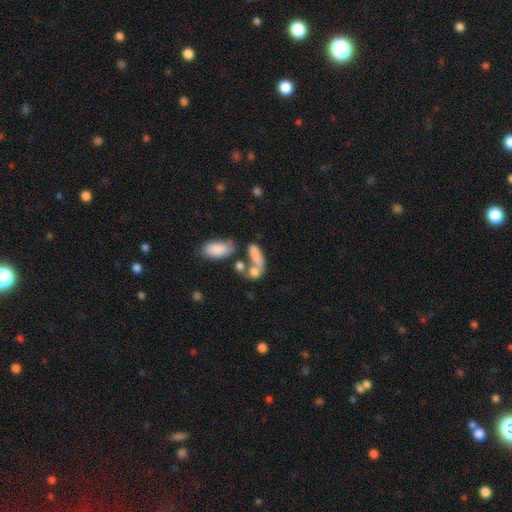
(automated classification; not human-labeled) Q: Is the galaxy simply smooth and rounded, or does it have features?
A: smooth — 73%.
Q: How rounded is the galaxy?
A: in between — 71%.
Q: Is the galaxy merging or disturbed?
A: merger — 44%.